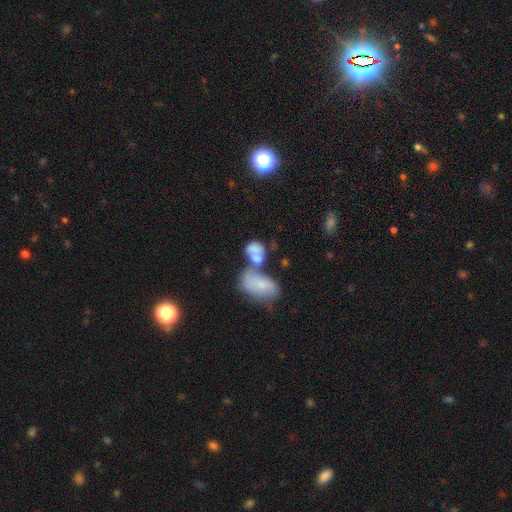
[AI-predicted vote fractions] smooth 54%, featured or disk 30%, star or artifact 16%. Down the decision tree: how rounded — in between (75%); merging — merger (54%).